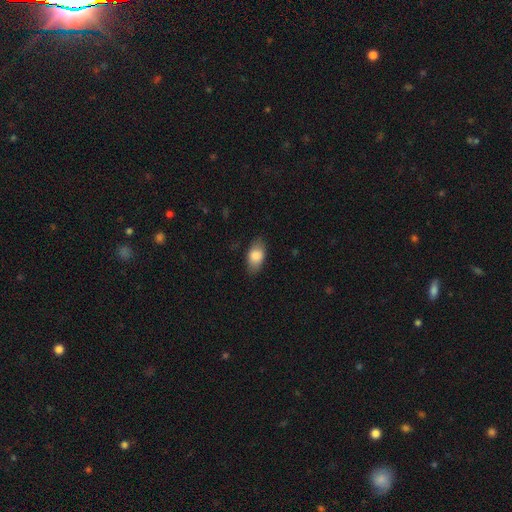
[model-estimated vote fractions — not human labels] Overall: smooth (83%). How rounded: in between (91%). Merging: none (82%).